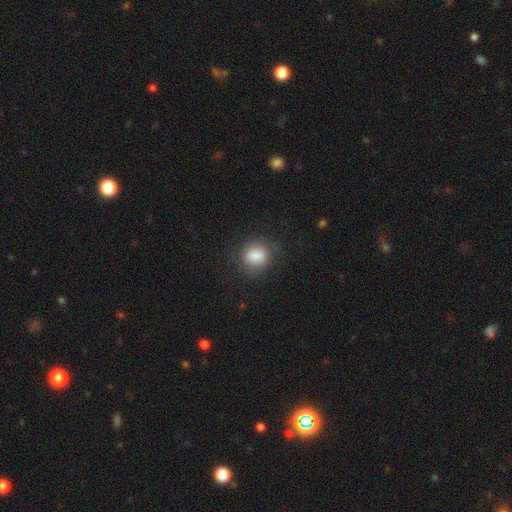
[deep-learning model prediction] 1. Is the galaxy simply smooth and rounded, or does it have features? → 83% smooth, 9% star or artifact, 8% featured or disk.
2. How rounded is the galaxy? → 66% round, 33% in between, 1% cigar-shaped.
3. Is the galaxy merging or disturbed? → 74% none, 18% minor disturbance, 7% major disturbance, 1% merger.